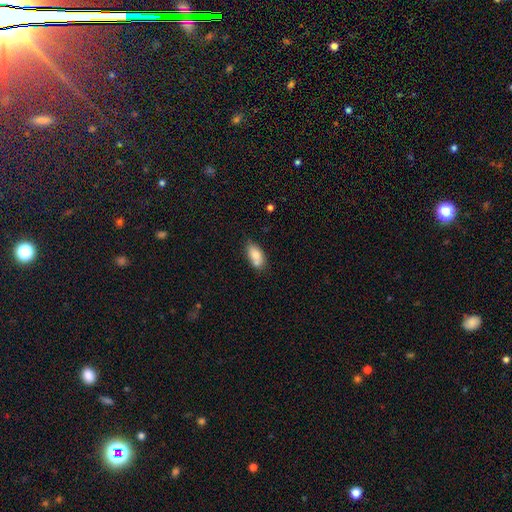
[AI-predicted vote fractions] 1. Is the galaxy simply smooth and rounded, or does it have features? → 77% smooth, 16% featured or disk, 8% star or artifact.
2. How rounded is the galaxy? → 90% in between, 6% cigar-shaped, 5% round.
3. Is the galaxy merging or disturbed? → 56% none, 21% merger, 19% minor disturbance, 4% major disturbance.